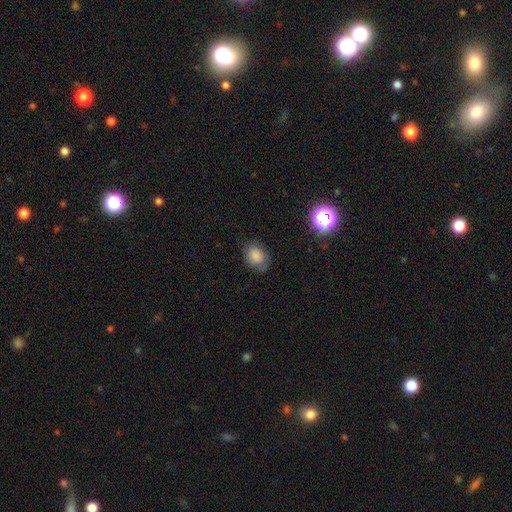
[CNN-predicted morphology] The model was most divided on "how rounded": in between: 68%, round: 31%, cigar-shaped: 1%. More confident: smooth or featured — smooth (79%); merging — none (68%).